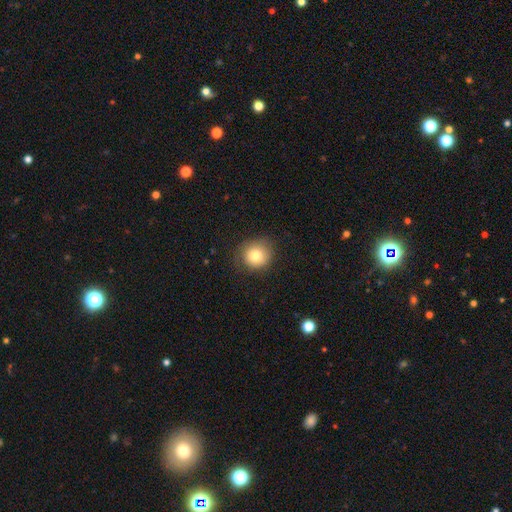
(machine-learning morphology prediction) Smooth or featured?
  - smooth: 79% *
  - star or artifact: 11%
  - featured or disk: 10%
How rounded?
  - round: 88% *
  - in between: 11%
  - cigar-shaped: 1%
Merging?
  - none: 81% *
  - minor disturbance: 14%
  - major disturbance: 4%
  - merger: 1%